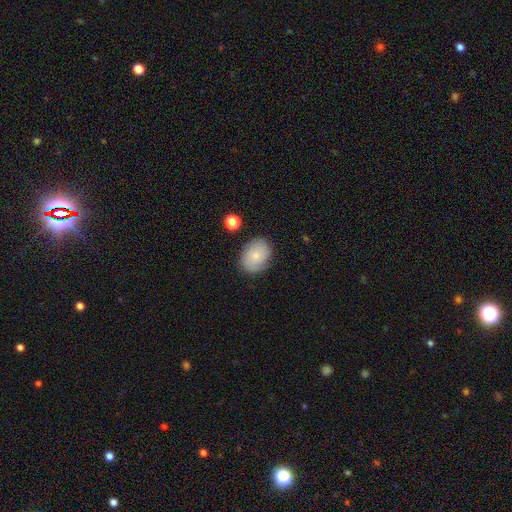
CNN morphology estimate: A smooth galaxy with no disk features (72%) that is in between round and cigar-shaped (68%).

Vote fractions:
- Smooth or featured? smooth: 72% / featured or disk: 20% / star or artifact: 8%
- How rounded? in between: 68% / round: 31% / cigar-shaped: 1%
- Merging? none: 82% / minor disturbance: 13% / major disturbance: 3% / merger: 2%